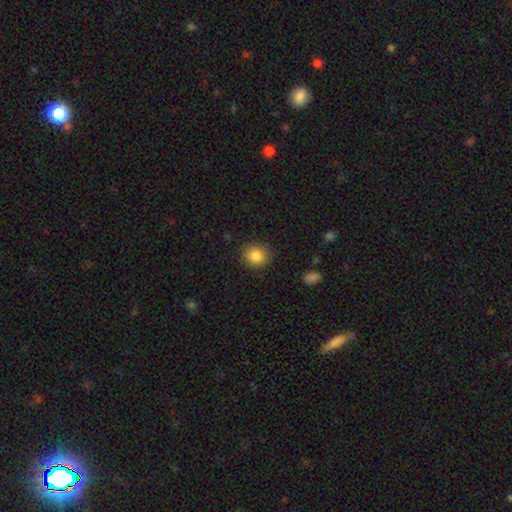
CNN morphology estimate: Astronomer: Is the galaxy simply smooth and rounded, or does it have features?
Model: smooth — 86%.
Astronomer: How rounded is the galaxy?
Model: round — 79%.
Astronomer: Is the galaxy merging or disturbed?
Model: none — 87%.